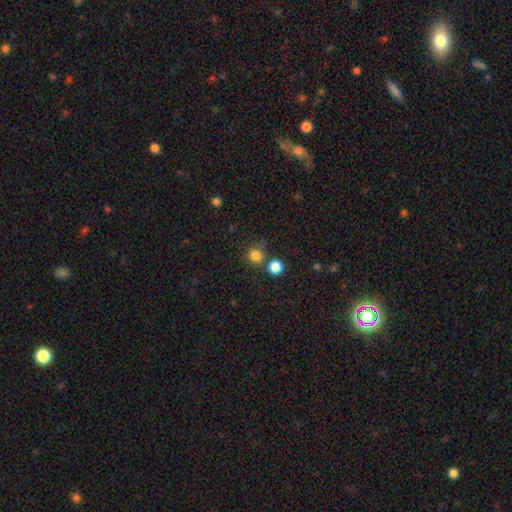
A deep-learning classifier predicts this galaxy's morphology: This is clearly a smooth galaxy (81%). How rounded: clearly round (90%). Merging: likely none (72%).